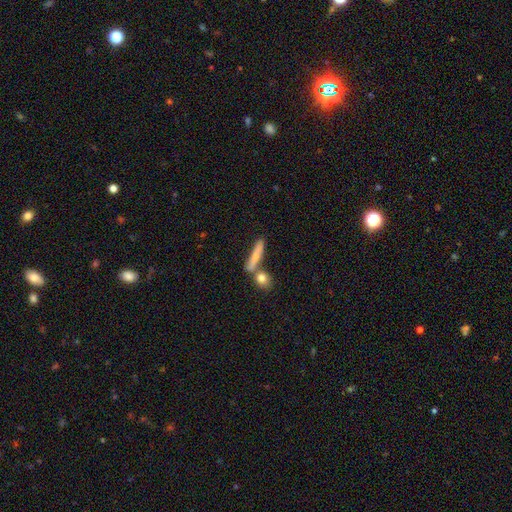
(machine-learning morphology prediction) The model was most divided on "smooth or featured": smooth: 66%, featured or disk: 27%, star or artifact: 7%. More confident: how rounded — cigar-shaped (80%); merging — none (62%).